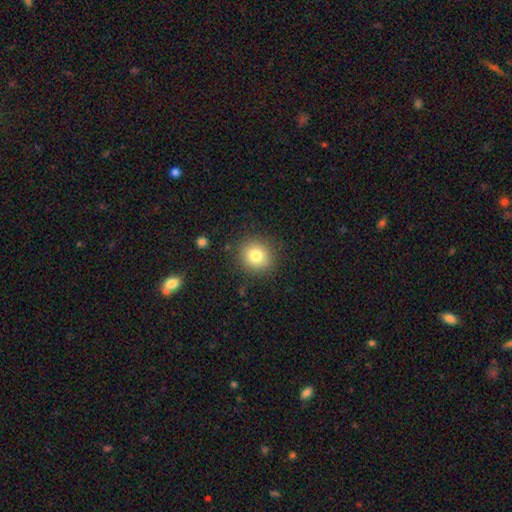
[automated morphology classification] Smooth or featured?
  - smooth: 80% *
  - star or artifact: 11%
  - featured or disk: 9%
How rounded?
  - round: 85% *
  - in between: 14%
  - cigar-shaped: 1%
Merging?
  - none: 87% *
  - minor disturbance: 9%
  - major disturbance: 3%
  - merger: 1%